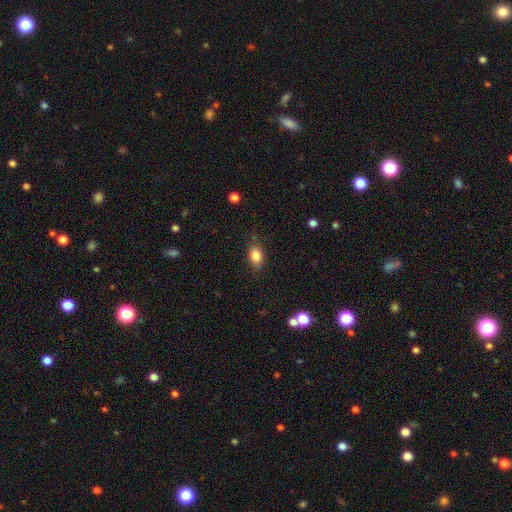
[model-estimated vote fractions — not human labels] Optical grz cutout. It shows a smooth galaxy with no disk features (84%) that is in between round and cigar-shaped (80%). Merging: none (78%).